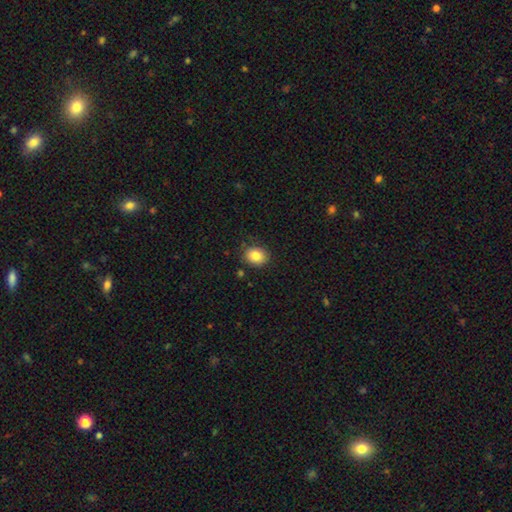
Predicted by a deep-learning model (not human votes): Overall: smooth (84%). How rounded: round (55%; in between 44%). Merging: none (83%).